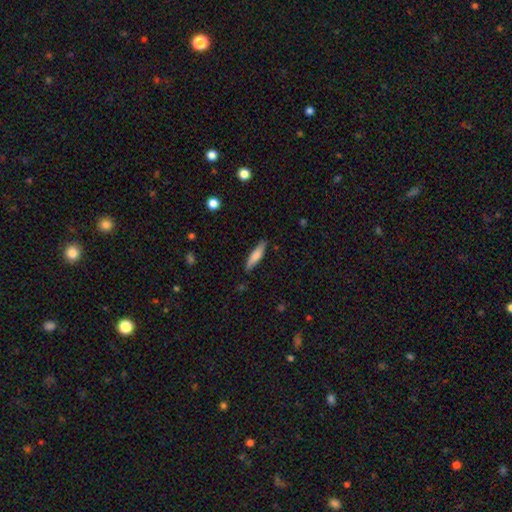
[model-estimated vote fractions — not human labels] This is likely a smooth galaxy (75%). How rounded: likely cigar-shaped (76%). Merging: clearly none (85%).